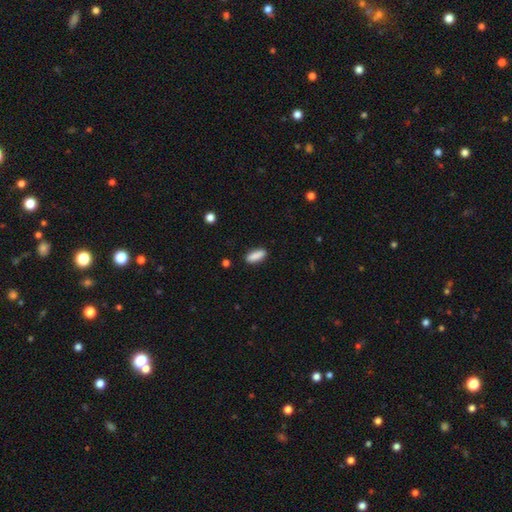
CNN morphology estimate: The model was most divided on "how rounded": in between: 65%, cigar-shaped: 33%, round: 2%. More confident: smooth or featured — smooth (88%); merging — none (87%).